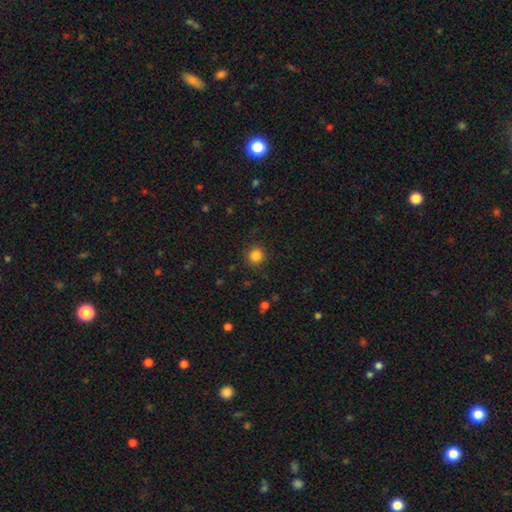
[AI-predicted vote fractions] This appears to be a smooth galaxy with no disk features (84%) that is round (92%). Merging: none (88%).